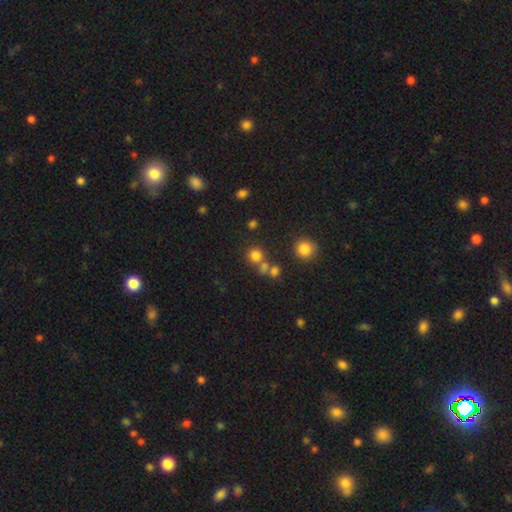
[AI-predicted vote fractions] Overall: smooth (75%). How rounded: round (89%). Merging: none (61%; merger 26%).